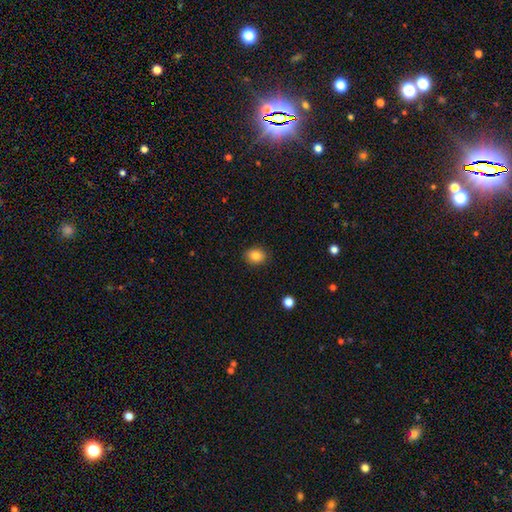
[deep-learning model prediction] Q: Smooth or featured?
A: smooth (86%); runner-up: star or artifact (9%)
Q: How rounded?
A: round (51%); runner-up: in between (48%)
Q: Merging?
A: none (87%); runner-up: minor disturbance (10%)